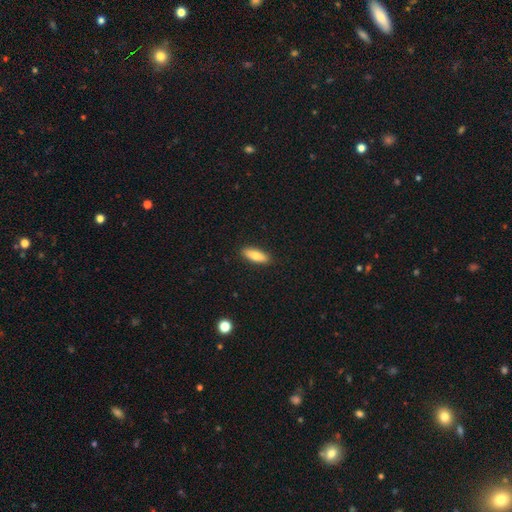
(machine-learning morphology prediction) smooth 79%, featured or disk 15%, star or artifact 6%. Down the decision tree: how rounded — in between (61%); merging — none (90%).